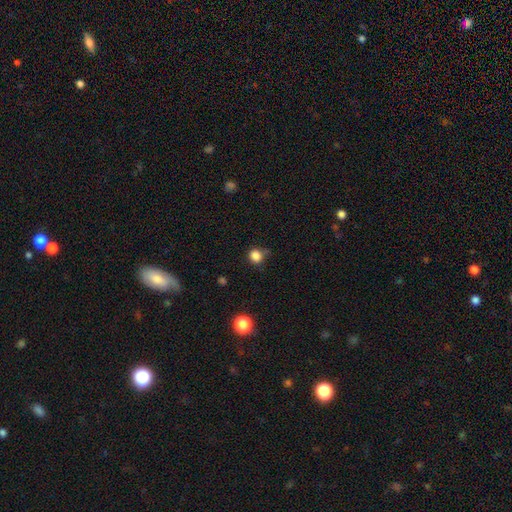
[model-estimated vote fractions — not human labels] Smooth or featured: smooth — 84% (star or artifact — 12%)
How rounded: round — 86% (in between — 14%)
Merging: none — 67% (minor disturbance — 24%)